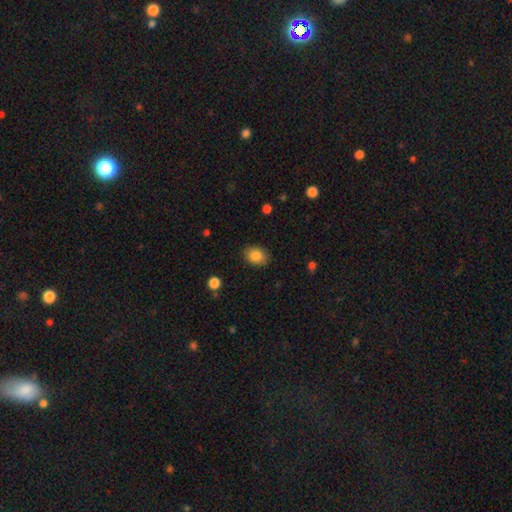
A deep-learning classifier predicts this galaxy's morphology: smooth 86%, star or artifact 8%, featured or disk 6%. Down the decision tree: how rounded — in between (65%); merging — none (87%).